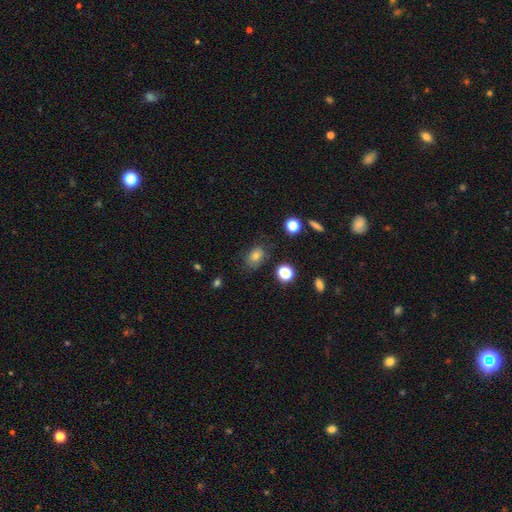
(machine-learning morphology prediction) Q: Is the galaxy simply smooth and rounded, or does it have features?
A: smooth — 71%.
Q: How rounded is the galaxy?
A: in between — 68%.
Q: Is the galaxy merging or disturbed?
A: none — 73%.